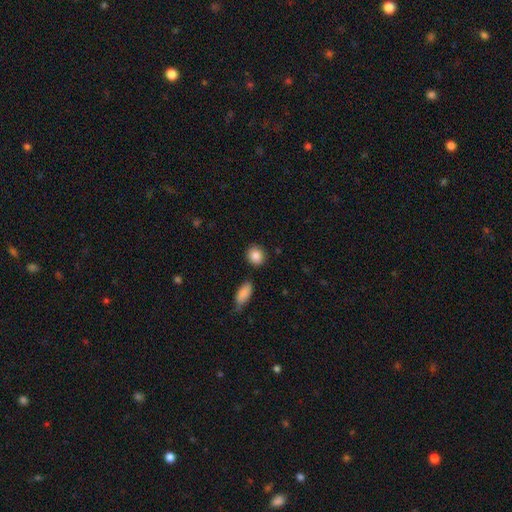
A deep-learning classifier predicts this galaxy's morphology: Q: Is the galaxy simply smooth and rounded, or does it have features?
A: smooth — 87%.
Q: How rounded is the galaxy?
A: round — 77%.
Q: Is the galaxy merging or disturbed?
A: none — 85%.